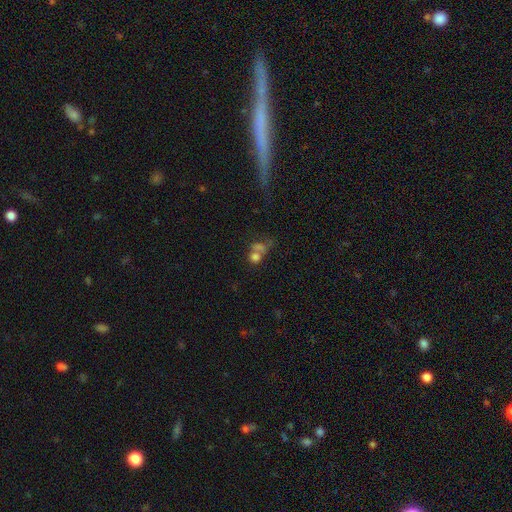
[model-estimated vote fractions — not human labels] smooth-or-featured: smooth: 65% | star or artifact: 20% | featured or disk: 15%
  how-rounded: round: 67% | in between: 31% | cigar-shaped: 2%
  merging: merger: 42% | none: 34% | major disturbance: 13% | minor disturbance: 11%